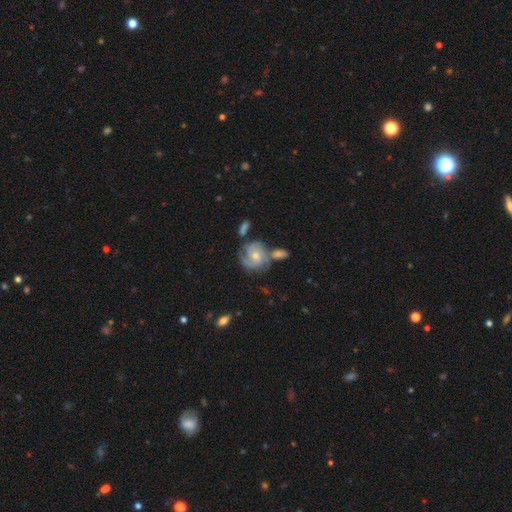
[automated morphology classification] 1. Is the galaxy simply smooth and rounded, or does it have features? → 77% featured or disk, 18% smooth, 6% star or artifact.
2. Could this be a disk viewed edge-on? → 98% no, 2% yes.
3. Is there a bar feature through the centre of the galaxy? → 69% no, 26% weak, 5% strong.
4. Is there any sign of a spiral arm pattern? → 94% yes, 6% no.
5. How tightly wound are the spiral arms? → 56% tight, 34% medium, 10% loose.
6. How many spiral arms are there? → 41% 2, 23% 3, 20% can't tell, 10% 1, 4% 4, 3% more than 4.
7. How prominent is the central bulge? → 55% moderate, 40% small, 2% large, 2% none, 1% dominant.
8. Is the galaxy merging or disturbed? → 49% none, 21% merger, 19% minor disturbance, 11% major disturbance.